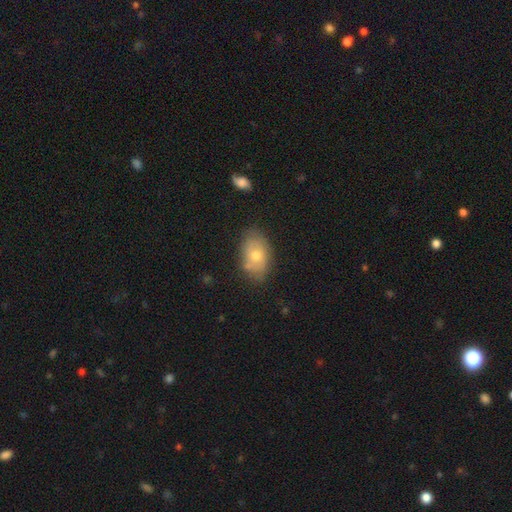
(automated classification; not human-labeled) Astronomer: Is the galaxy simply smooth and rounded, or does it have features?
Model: smooth — 63%.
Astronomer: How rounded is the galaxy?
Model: in between — 86%.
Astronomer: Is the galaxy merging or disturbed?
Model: none — 70%.